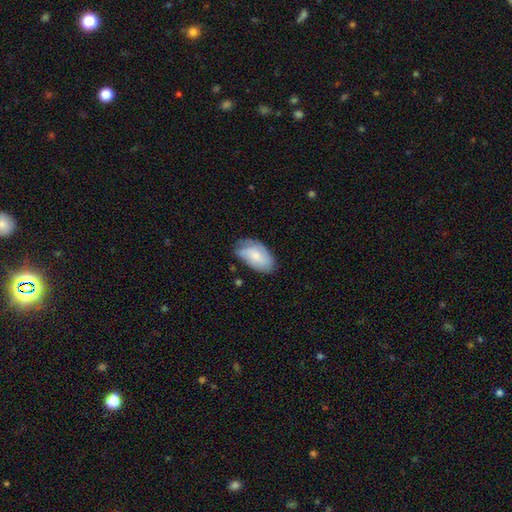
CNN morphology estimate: This appears to be a smooth galaxy with no disk features (64%) that is in between round and cigar-shaped (94%). Merging: none (60%).